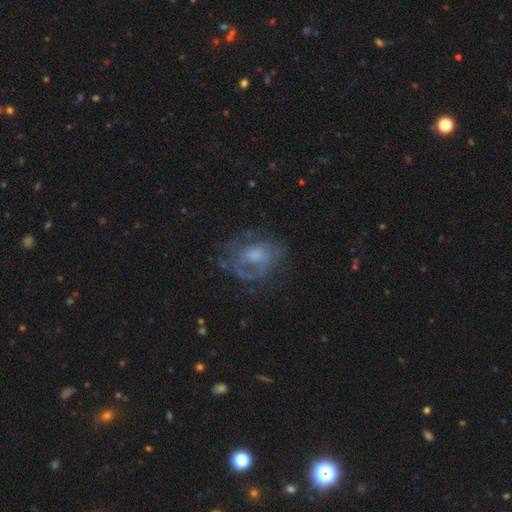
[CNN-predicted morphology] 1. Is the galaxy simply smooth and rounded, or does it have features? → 58% featured or disk, 31% smooth, 11% star or artifact.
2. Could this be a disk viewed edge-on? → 96% no, 4% yes.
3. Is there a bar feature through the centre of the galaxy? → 70% no, 25% weak, 5% strong.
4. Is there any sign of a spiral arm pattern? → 54% yes, 46% no.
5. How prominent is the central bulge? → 43% moderate, 27% small, 17% none, 12% large, 2% dominant.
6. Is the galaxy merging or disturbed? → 50% none, 25% major disturbance, 22% minor disturbance, 2% merger.